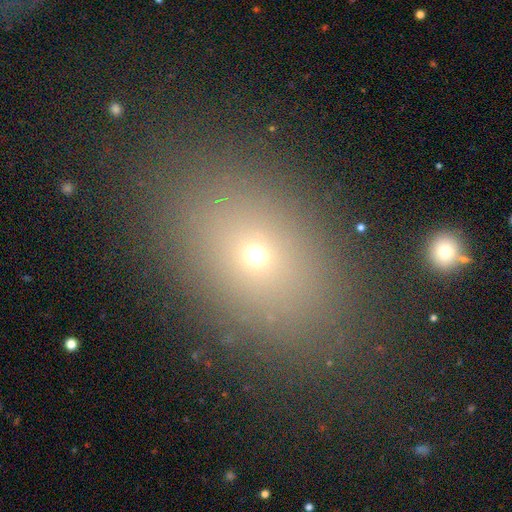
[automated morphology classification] This is likely a smooth galaxy (64%). How rounded: likely in between (72%). Merging: clearly none (85%).